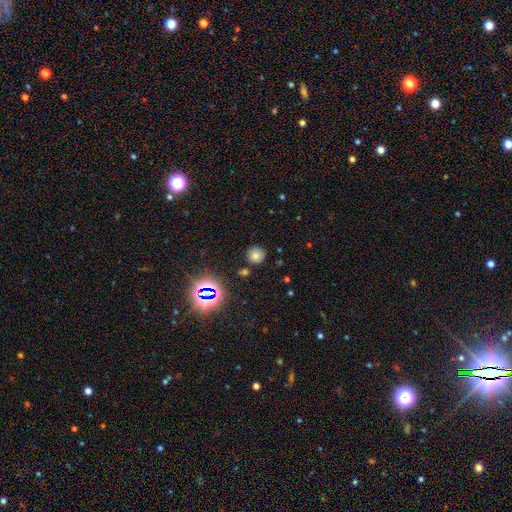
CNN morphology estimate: A smooth galaxy with no disk features (69%) that is round (91%). Merging: none (81%).